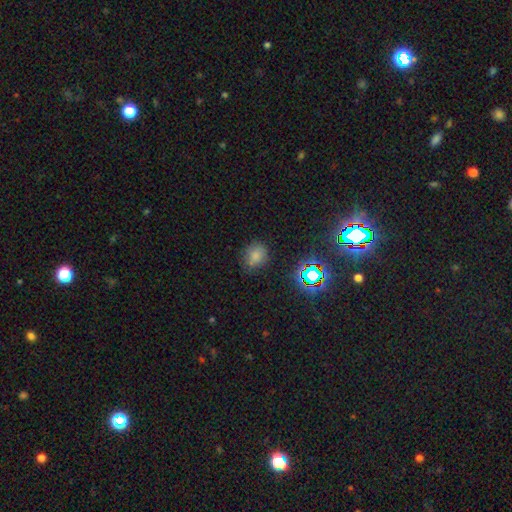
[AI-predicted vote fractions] smooth-or-featured: smooth: 70% | star or artifact: 22% | featured or disk: 9%
  how-rounded: round: 63% | in between: 36% | cigar-shaped: 1%
  merging: none: 72% | minor disturbance: 19% | major disturbance: 5% | merger: 3%